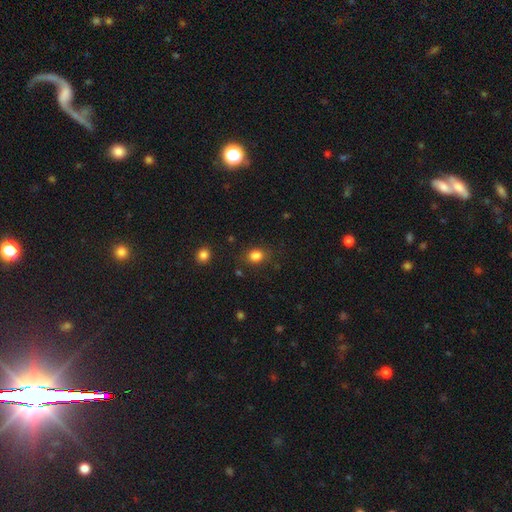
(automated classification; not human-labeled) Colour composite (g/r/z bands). It shows a smooth galaxy with no disk features (83%) that is round (51%). Merging: none (79%).